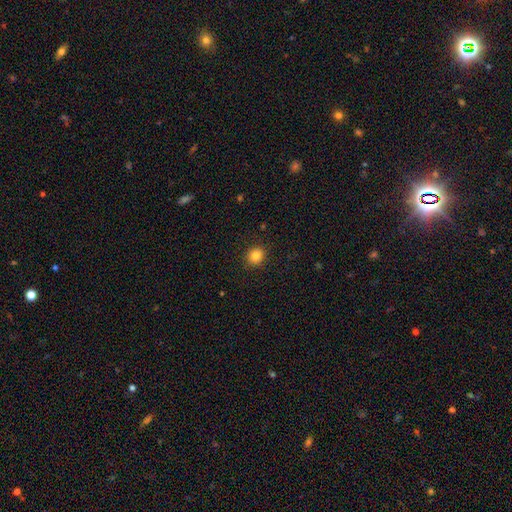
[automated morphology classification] smooth_or_featured: smooth (p=0.84) [alt: star or artifact p=0.11]
how_rounded: round (p=0.79) [alt: in between p=0.20]
merging: none (p=0.90) [alt: minor disturbance p=0.07]